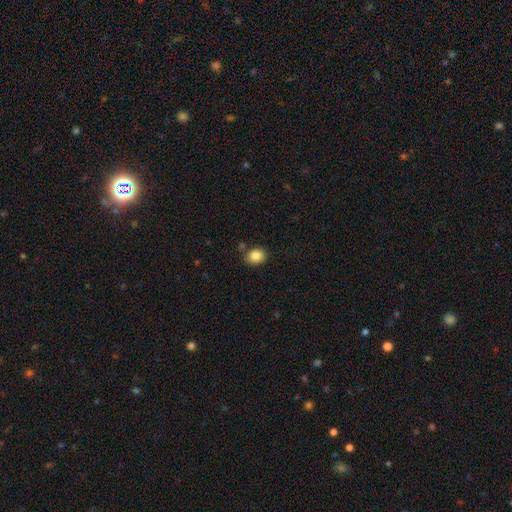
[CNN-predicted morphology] Smooth or featured? Predicted: smooth (p=0.85). How rounded? Predicted: round (p=0.54). Merging? Predicted: none (p=0.80).